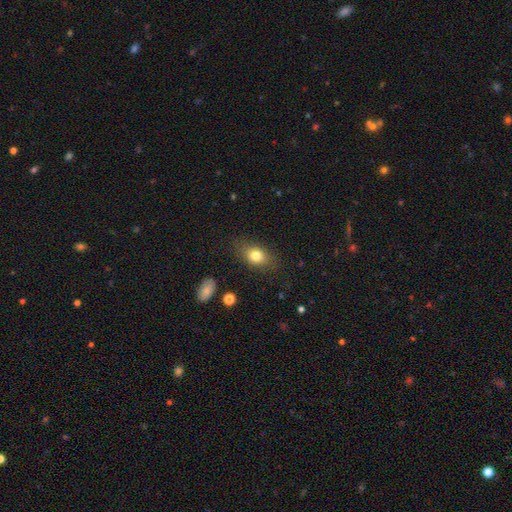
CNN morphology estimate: Smooth or featured: smooth — 77% (featured or disk — 13%)
How rounded: in between — 75% (round — 21%)
Merging: none — 78% (minor disturbance — 15%)